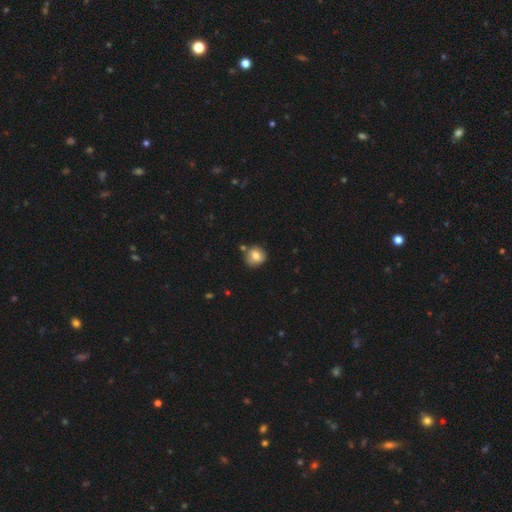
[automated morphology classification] type=smooth (77%); roundness=round (87%); merging=none (74%).